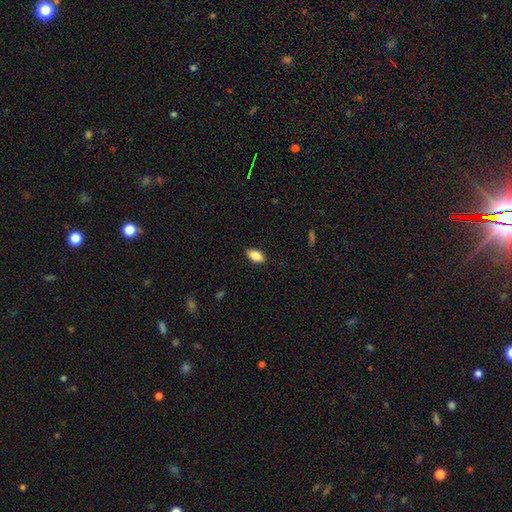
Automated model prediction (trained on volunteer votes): A smooth galaxy with no disk features (87%) that is in between round and cigar-shaped (92%).

Vote fractions:
- Smooth or featured? smooth: 87% / star or artifact: 7% / featured or disk: 6%
- How rounded? in between: 92% / cigar-shaped: 5% / round: 3%
- Merging? none: 89% / minor disturbance: 8% / major disturbance: 2% / merger: 1%